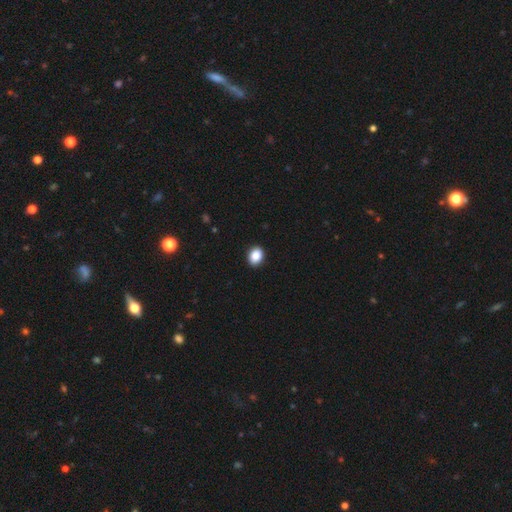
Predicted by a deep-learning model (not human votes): smooth-or-featured: smooth: 88% | star or artifact: 8% | featured or disk: 3%
  how-rounded: in between: 61% | round: 38% | cigar-shaped: 1%
  merging: none: 91% | minor disturbance: 7% | major disturbance: 2% | merger: 1%